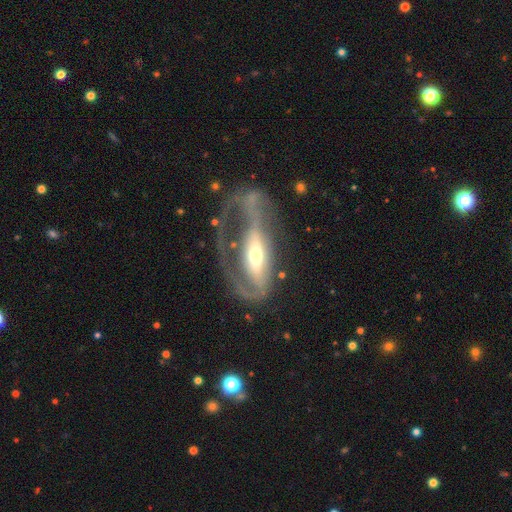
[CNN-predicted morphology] Smooth or featured? featured or disk (76%)
Edge-on disk? no (84%)
Bar? strong (38%)
Spiral arms? yes (66%)
Bulge size? moderate (57%)
Merging? major disturbance (59%)